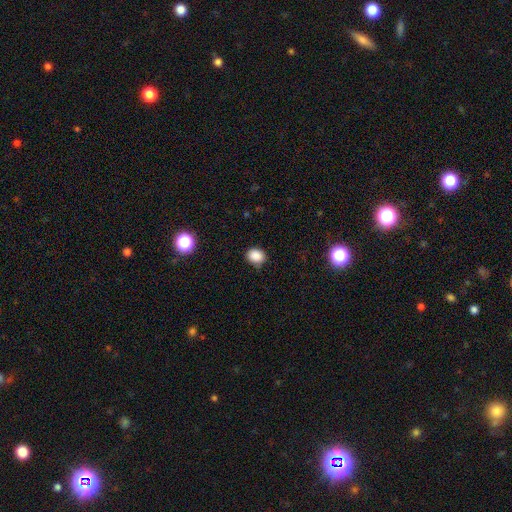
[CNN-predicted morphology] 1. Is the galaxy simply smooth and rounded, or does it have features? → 86% smooth, 11% star or artifact, 3% featured or disk.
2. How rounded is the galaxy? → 61% round, 38% in between, 1% cigar-shaped.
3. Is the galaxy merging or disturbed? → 79% none, 17% minor disturbance, 3% major disturbance, 1% merger.